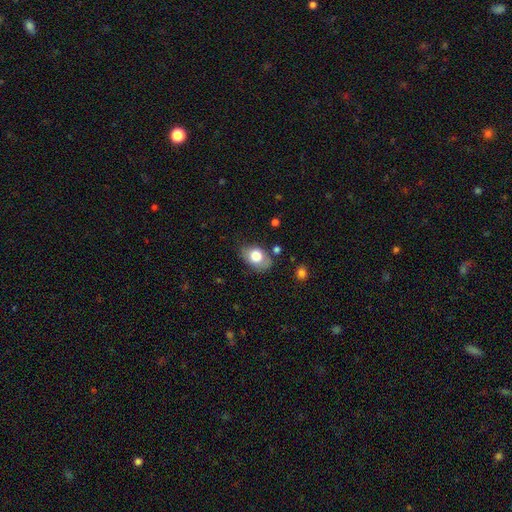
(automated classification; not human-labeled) A smooth galaxy with no disk features (76%) that is in between round and cigar-shaped (77%). Merging: none (65%).